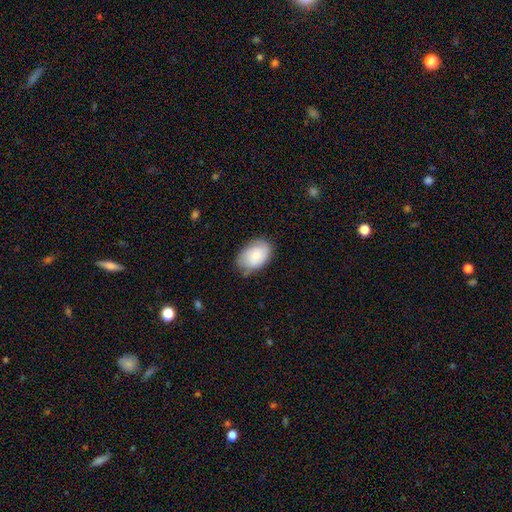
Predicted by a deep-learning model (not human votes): Smooth or featured?
  - smooth: 73% *
  - featured or disk: 20%
  - star or artifact: 7%
How rounded?
  - in between: 88% *
  - round: 11%
  - cigar-shaped: 1%
Merging?
  - none: 64% *
  - minor disturbance: 28%
  - major disturbance: 6%
  - merger: 2%